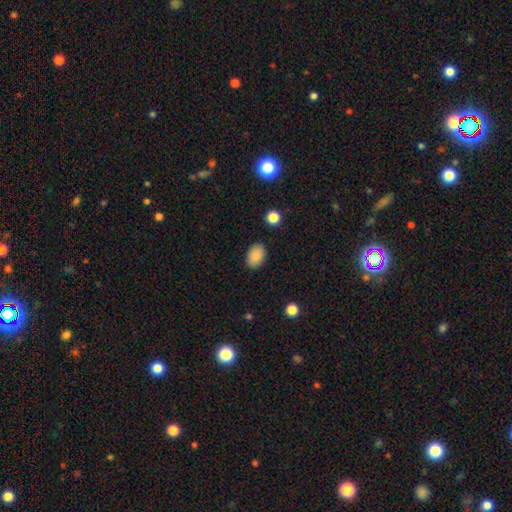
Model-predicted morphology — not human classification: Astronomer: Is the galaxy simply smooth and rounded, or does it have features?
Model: smooth — 88%.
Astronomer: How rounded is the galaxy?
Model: in between — 85%.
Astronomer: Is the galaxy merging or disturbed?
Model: none — 87%.